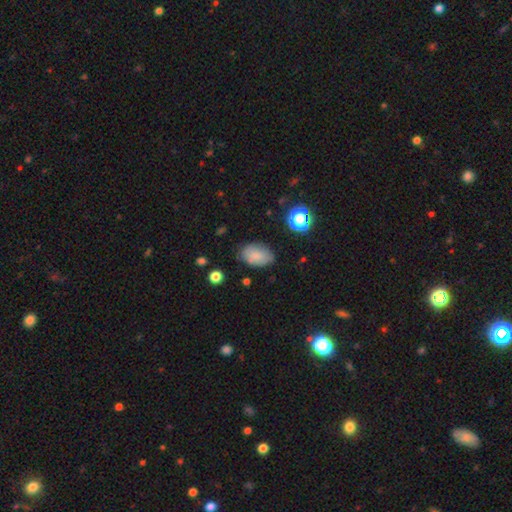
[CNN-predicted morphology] Smooth or featured?
  - smooth: 79% *
  - featured or disk: 12%
  - star or artifact: 9%
How rounded?
  - in between: 89% *
  - round: 10%
  - cigar-shaped: 1%
Merging?
  - none: 73% *
  - minor disturbance: 20%
  - major disturbance: 5%
  - merger: 2%